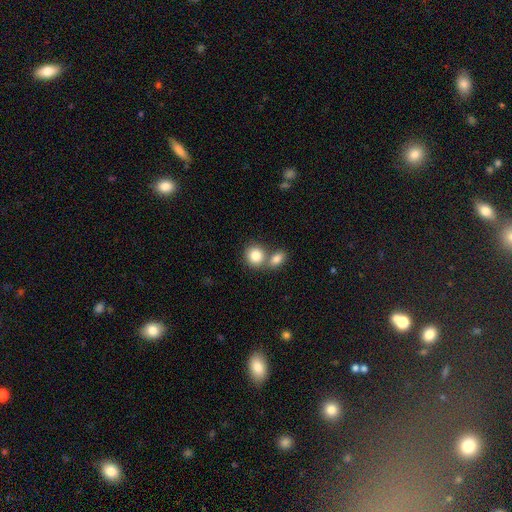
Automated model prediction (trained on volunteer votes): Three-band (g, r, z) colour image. It shows a smooth galaxy with no disk features (83%) that is round (76%). Merging: merger (46%).